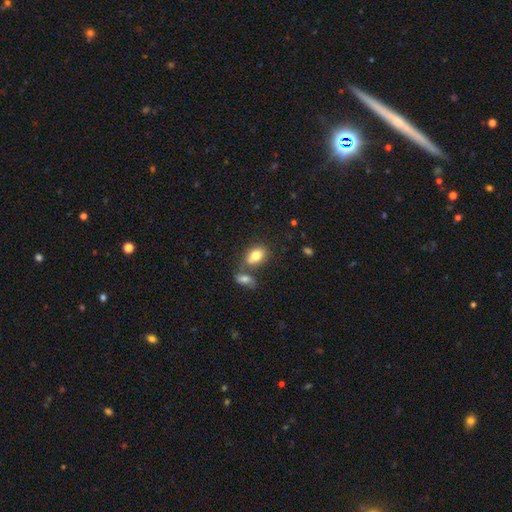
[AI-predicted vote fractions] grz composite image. It shows a smooth galaxy with no disk features (81%) that is in between round and cigar-shaped (81%). Merging: none (48%).